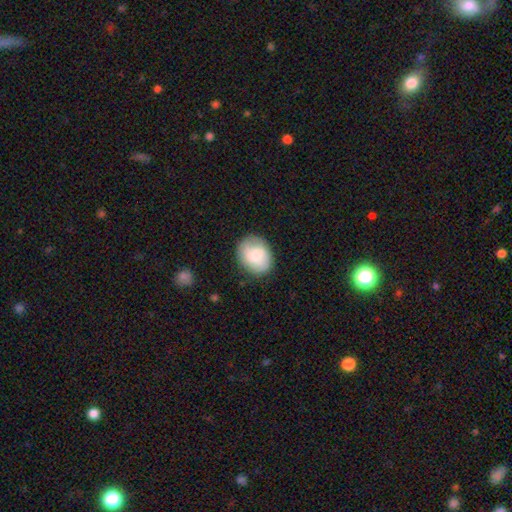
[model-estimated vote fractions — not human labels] The model was most divided on "how rounded": in between: 51%, round: 48%, cigar-shaped: 1%. More confident: merging — none (81%); smooth or featured — smooth (72%).